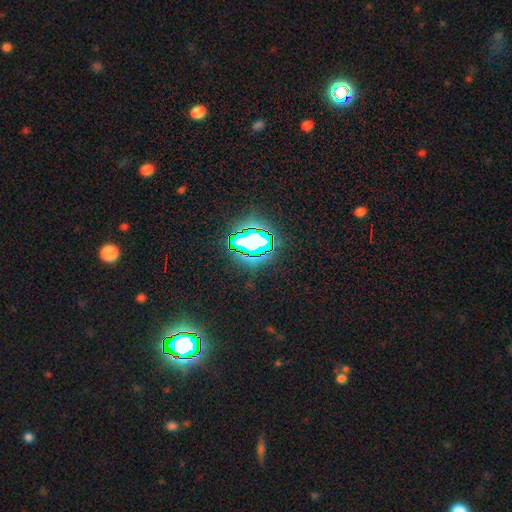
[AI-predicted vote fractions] Smooth or featured: star or artifact — 84% (smooth — 10%)